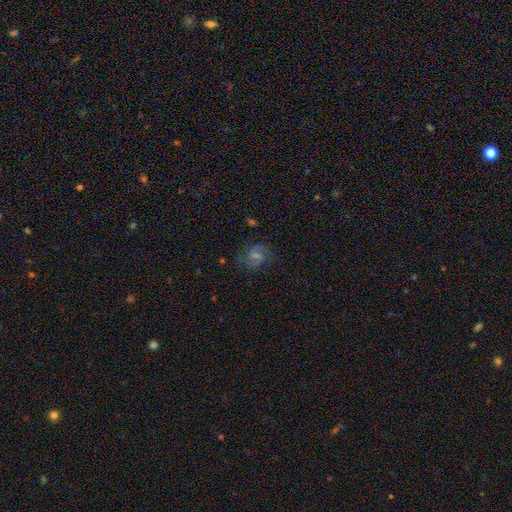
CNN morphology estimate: smooth_or_featured: featured or disk (p=0.59) [alt: smooth p=0.21]
disk_edge_on: no (p=0.97) [alt: yes p=0.03]
bar: weak (p=0.50) [alt: no p=0.36]
has_spiral_arms: yes (p=0.91) [alt: no p=0.09]
spiral_winding: medium (p=0.52) [alt: tight p=0.28]
spiral_arm_count: 2 (p=0.78) [alt: can't tell p=0.12]
bulge_size: small (p=0.43) [alt: moderate p=0.33]
merging: none (p=0.76) [alt: minor disturbance p=0.15]